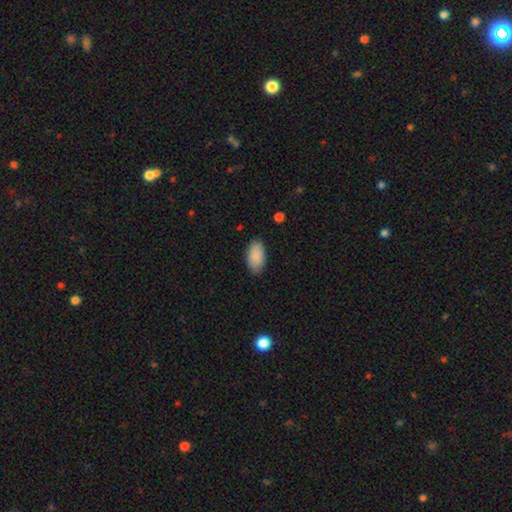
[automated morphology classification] smooth_or_featured: smooth (p=0.89) [alt: star or artifact p=0.06]
how_rounded: in between (p=0.95) [alt: round p=0.03]
merging: none (p=0.86) [alt: minor disturbance p=0.11]